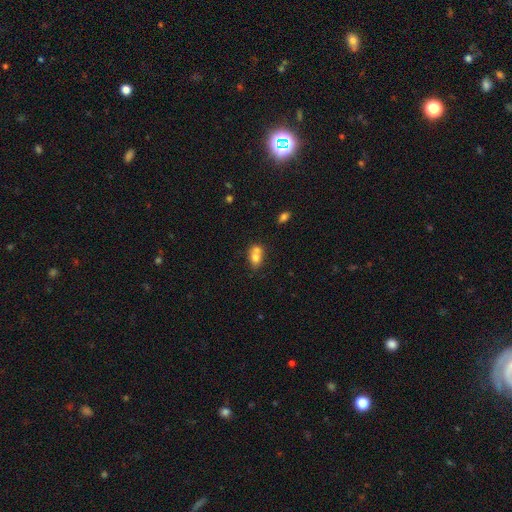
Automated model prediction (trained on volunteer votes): smooth-or-featured: smooth: 71% | featured or disk: 19% | star or artifact: 10%
  how-rounded: in between: 60% | round: 38% | cigar-shaped: 2%
  merging: merger: 62% | none: 27% | minor disturbance: 8% | major disturbance: 3%